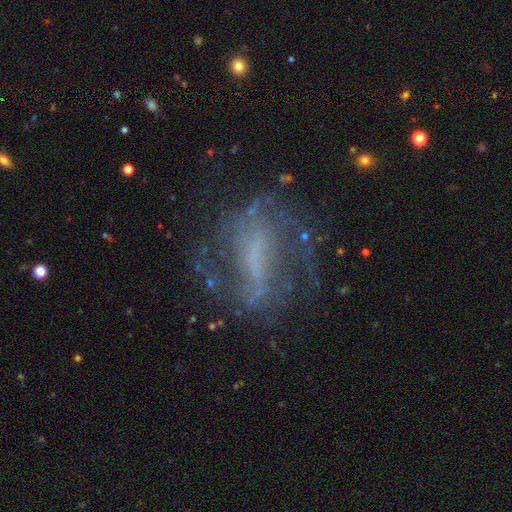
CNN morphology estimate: type=featured or disk (75%); edge-on=no (93%); bar=strong (49%); spiral arms=yes (78%); winding=medium (40%); arm count=2 (51%); bulge=none (54%); merging=none (62%).